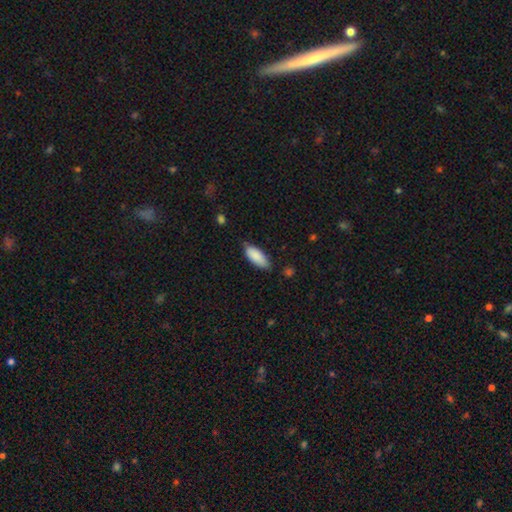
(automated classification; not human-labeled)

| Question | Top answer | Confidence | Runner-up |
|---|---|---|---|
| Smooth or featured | smooth | 87% | featured or disk (7%) |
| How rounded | in between | 83% | cigar-shaped (15%) |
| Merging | none | 69% | minor disturbance (26%) |